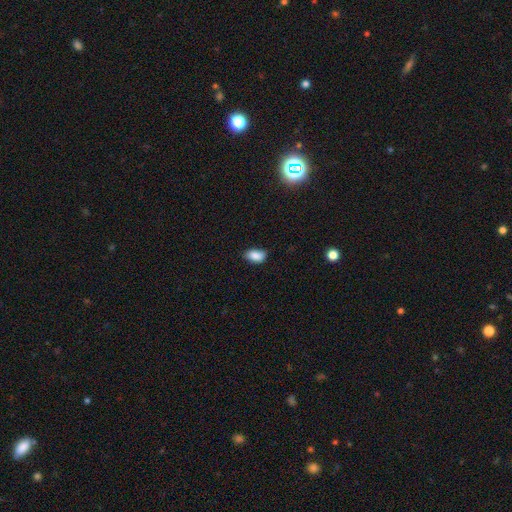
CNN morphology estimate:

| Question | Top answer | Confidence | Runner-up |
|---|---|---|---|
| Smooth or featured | smooth | 87% | star or artifact (8%) |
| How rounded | in between | 90% | round (8%) |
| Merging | none | 74% | minor disturbance (22%) |